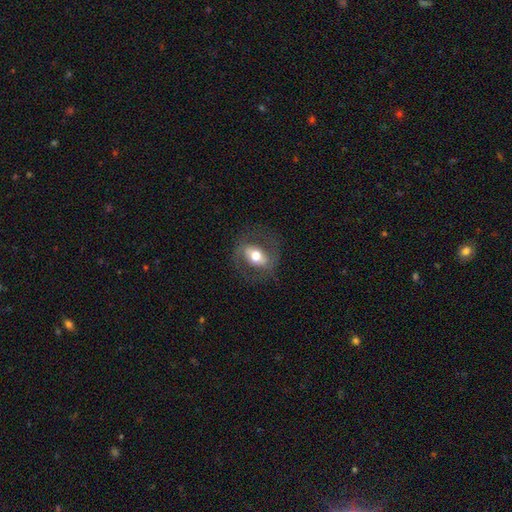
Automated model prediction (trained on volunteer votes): Q: Smooth or featured?
A: featured or disk (54%); runner-up: smooth (38%)
Q: Edge-on disk?
A: no (92%); runner-up: yes (8%)
Q: Merging?
A: none (74%); runner-up: minor disturbance (14%)